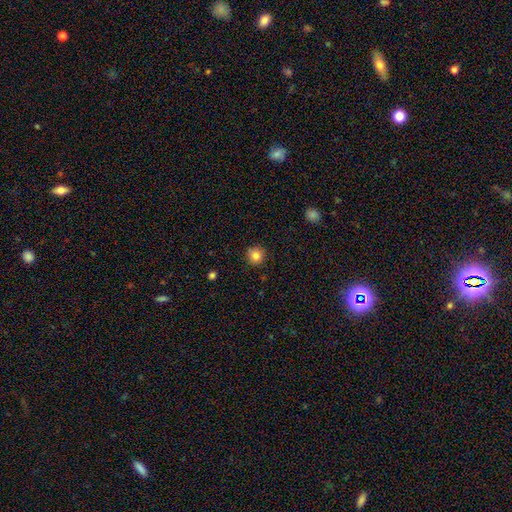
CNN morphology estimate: Q: Smooth or featured?
A: smooth (83%); runner-up: star or artifact (11%)
Q: How rounded?
A: round (94%); runner-up: in between (5%)
Q: Merging?
A: none (90%); runner-up: minor disturbance (7%)